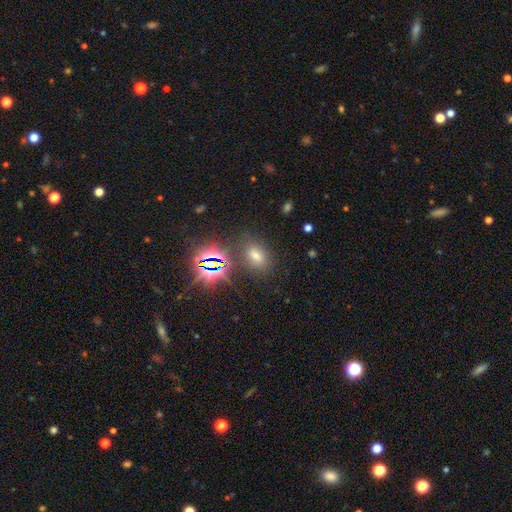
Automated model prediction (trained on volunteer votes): smooth 49%, star or artifact 42%, featured or disk 10%. Down the decision tree: merging — none (79%).